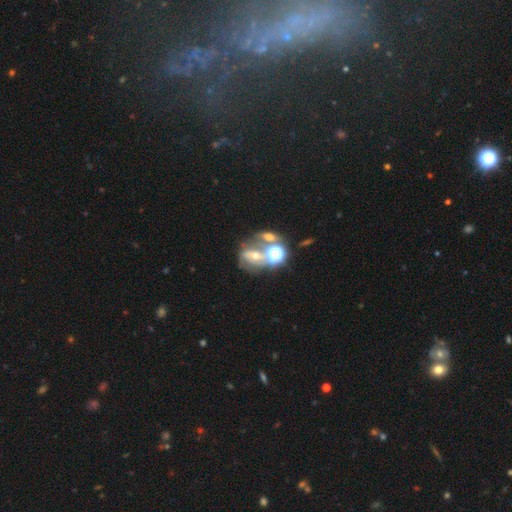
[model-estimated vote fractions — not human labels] The model was most divided on "merging": merger: 38%, none: 37%, minor disturbance: 13%, major disturbance: 12%. Remaining: smooth or featured — featured or disk (48%).